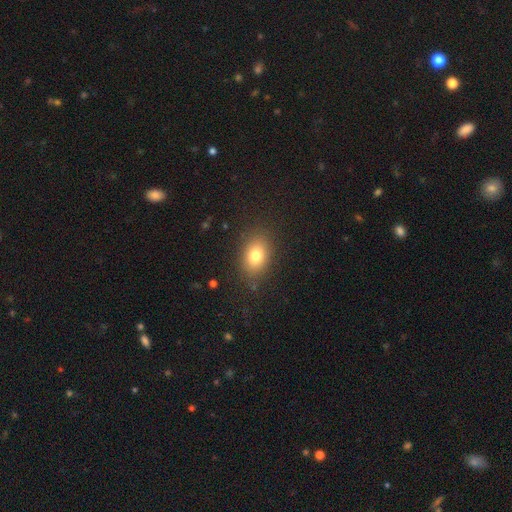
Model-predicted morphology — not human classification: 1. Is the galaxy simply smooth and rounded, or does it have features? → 78% smooth, 11% star or artifact, 11% featured or disk.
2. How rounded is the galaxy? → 73% in between, 25% round, 1% cigar-shaped.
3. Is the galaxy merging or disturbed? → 85% none, 10% minor disturbance, 4% major disturbance, 1% merger.